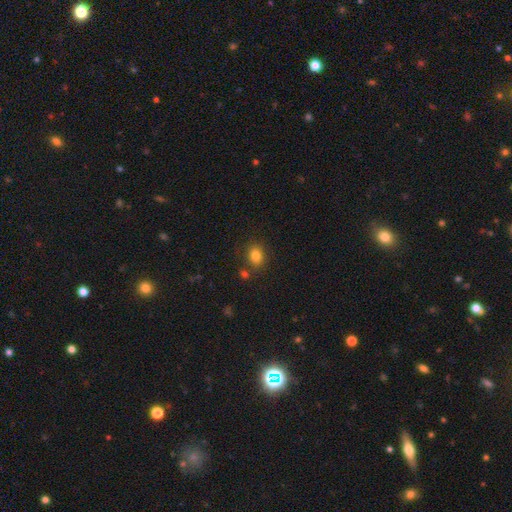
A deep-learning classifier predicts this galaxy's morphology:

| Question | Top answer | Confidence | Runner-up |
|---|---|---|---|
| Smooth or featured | smooth | 82% | star or artifact (12%) |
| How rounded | round | 55% | in between (44%) |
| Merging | none | 80% | minor disturbance (10%) |